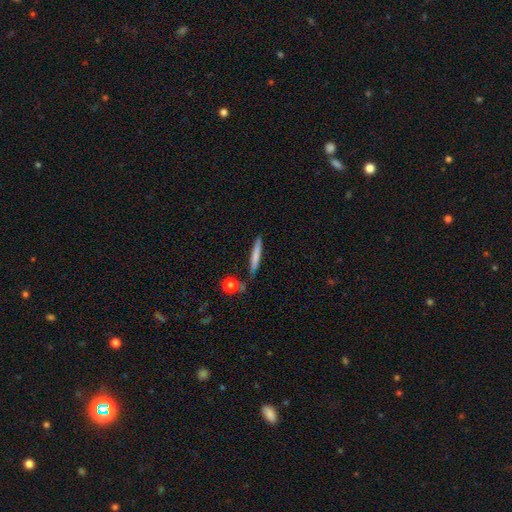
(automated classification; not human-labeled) A smooth galaxy with no disk features (70%) that is cigar-shaped (93%).

Vote fractions:
- Smooth or featured? smooth: 70% / featured or disk: 24% / star or artifact: 6%
- How rounded? cigar-shaped: 93% / in between: 5% / round: 2%
- Merging? none: 74% / minor disturbance: 15% / merger: 6% / major disturbance: 4%